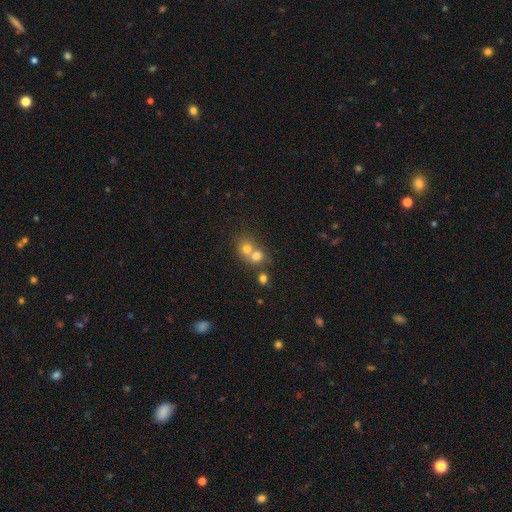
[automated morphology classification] smooth_or_featured: smooth (p=0.70) [alt: featured or disk p=0.15]
how_rounded: round (p=0.76) [alt: in between p=0.23]
merging: merger (p=0.63) [alt: none p=0.30]